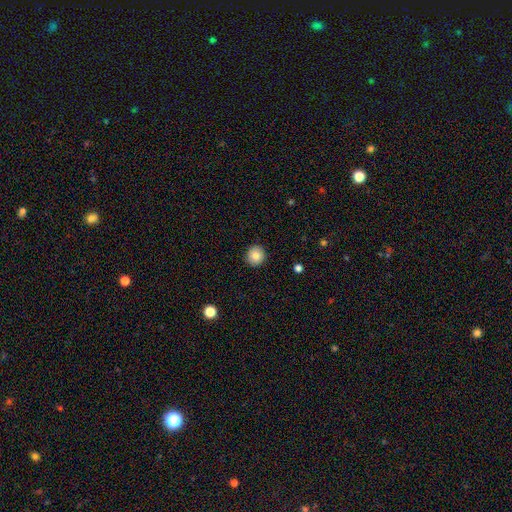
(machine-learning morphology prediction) The model was most divided on "smooth or featured": smooth: 84%, star or artifact: 9%, featured or disk: 7%. More confident: how rounded — round (93%); merging — none (92%).